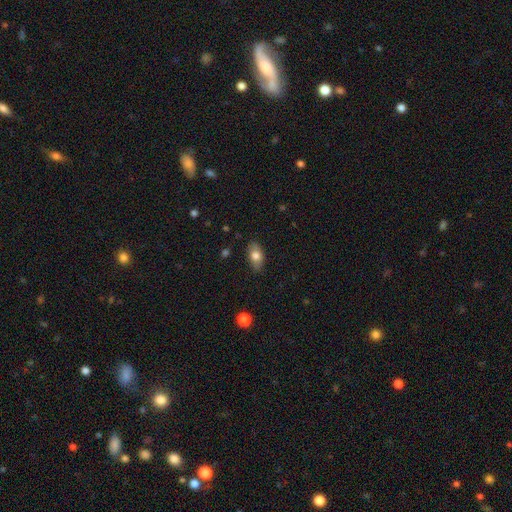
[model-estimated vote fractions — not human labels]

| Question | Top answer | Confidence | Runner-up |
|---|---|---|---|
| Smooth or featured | smooth | 76% | featured or disk (17%) |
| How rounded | in between | 89% | round (7%) |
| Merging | none | 83% | minor disturbance (13%) |